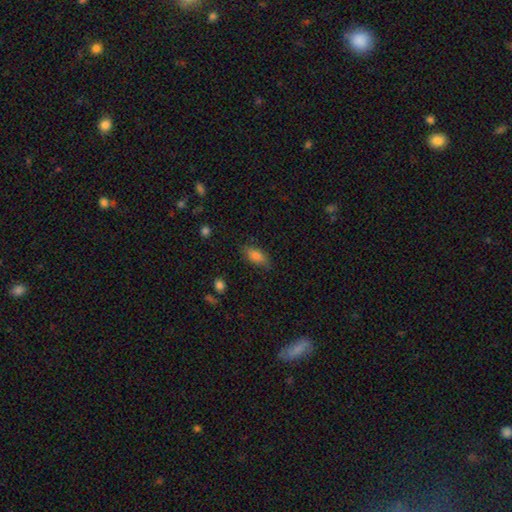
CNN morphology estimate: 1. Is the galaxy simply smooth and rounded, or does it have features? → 82% smooth, 10% featured or disk, 8% star or artifact.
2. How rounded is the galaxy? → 86% in between, 11% cigar-shaped, 4% round.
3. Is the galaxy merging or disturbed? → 79% none, 16% minor disturbance, 4% major disturbance, 1% merger.